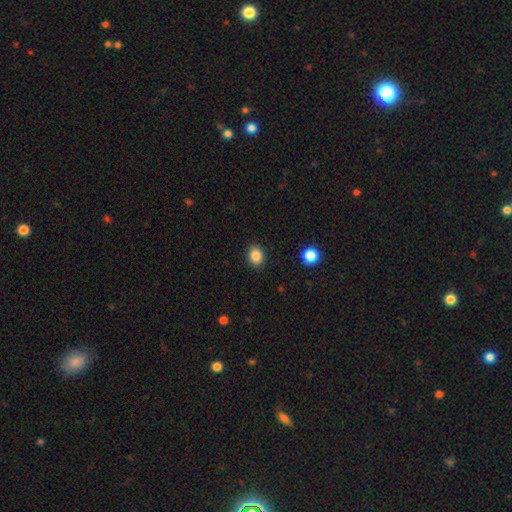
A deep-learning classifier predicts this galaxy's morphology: smooth_or_featured: smooth (p=0.86) [alt: star or artifact p=0.10]
how_rounded: round (p=0.53) [alt: in between p=0.46]
merging: none (p=0.89) [alt: minor disturbance p=0.07]